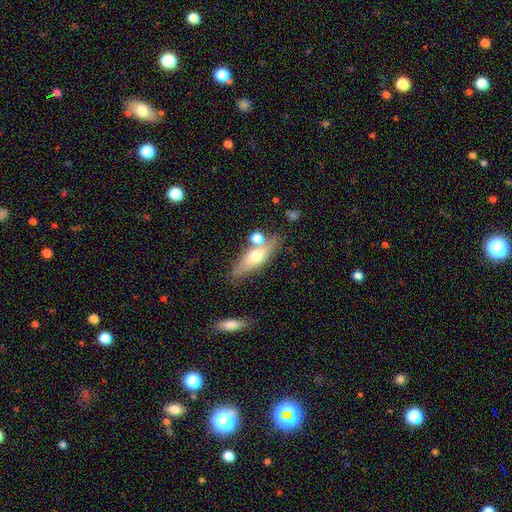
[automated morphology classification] Overall: smooth (52%; featured or disk 41%). How rounded: cigar-shaped (50%; in between 45%). Merging: none (67%).